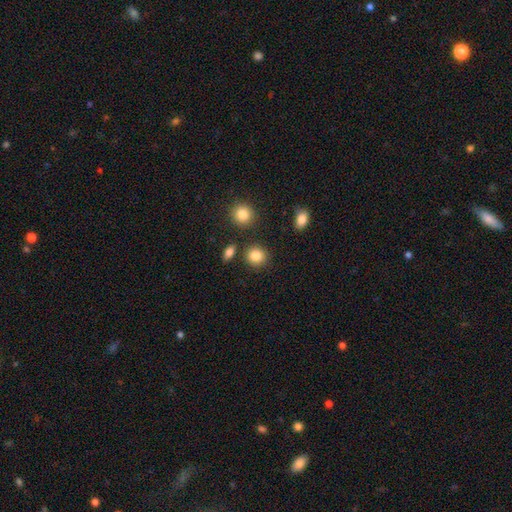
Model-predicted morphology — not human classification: Smooth or featured? smooth (86%)
How rounded? round (84%)
Merging? none (84%)